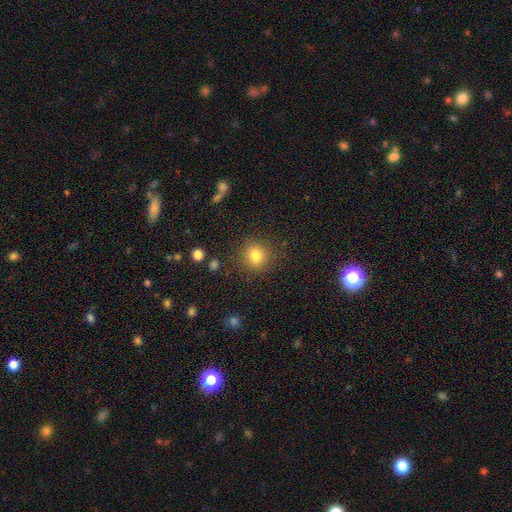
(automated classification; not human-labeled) This appears to be a smooth galaxy with no disk features (82%) that is round (86%). Merging: none (87%).